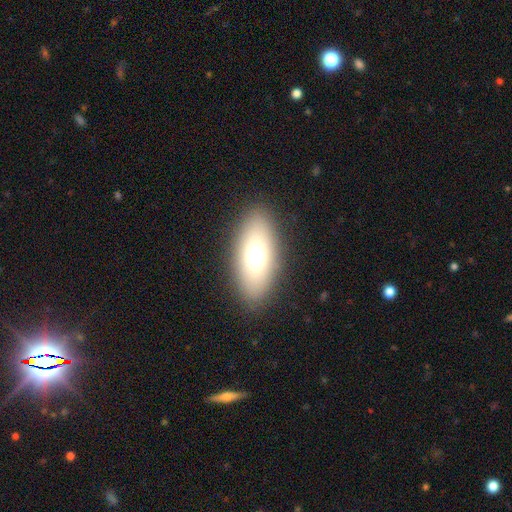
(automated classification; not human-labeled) A smooth galaxy with no disk features (70%) that is in between round and cigar-shaped (84%). Merging: none (88%).